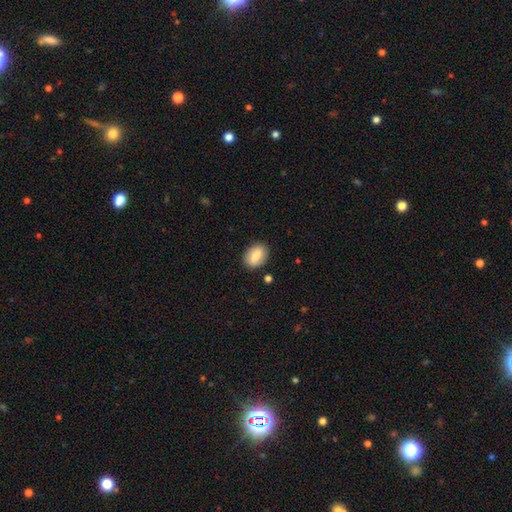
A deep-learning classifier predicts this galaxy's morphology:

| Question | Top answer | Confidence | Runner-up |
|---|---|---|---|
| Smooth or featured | smooth | 71% | featured or disk (22%) |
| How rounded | in between | 76% | round (22%) |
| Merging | none | 85% | minor disturbance (10%) |